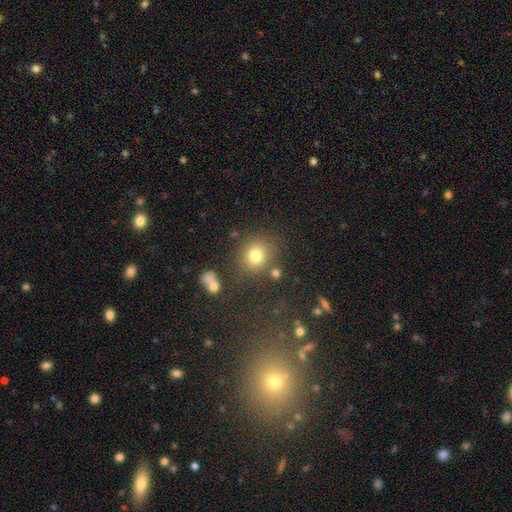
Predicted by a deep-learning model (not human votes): Q: Smooth or featured?
A: smooth (76%); runner-up: star or artifact (15%)
Q: How rounded?
A: round (82%); runner-up: in between (17%)
Q: Merging?
A: none (74%); runner-up: minor disturbance (12%)